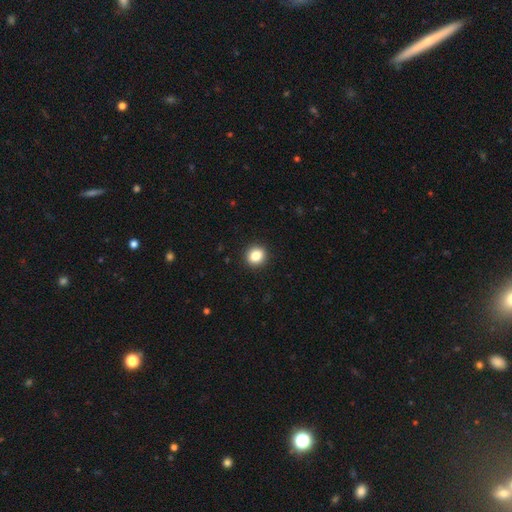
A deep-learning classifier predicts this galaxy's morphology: Overall: smooth (85%). How rounded: round (80%). Merging: none (92%).